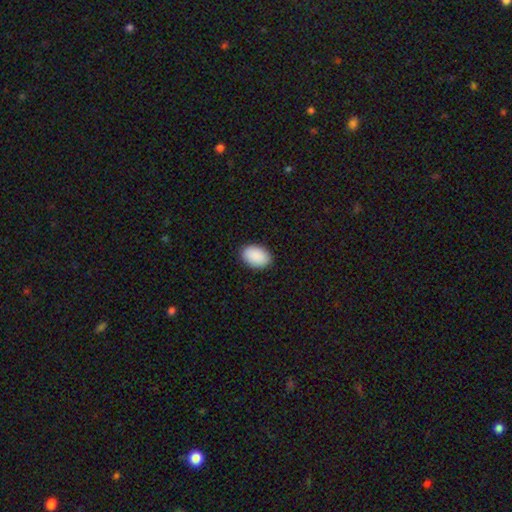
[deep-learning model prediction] smooth 91%, star or artifact 6%, featured or disk 2%. Down the decision tree: how rounded — in between (89%); merging — none (90%).